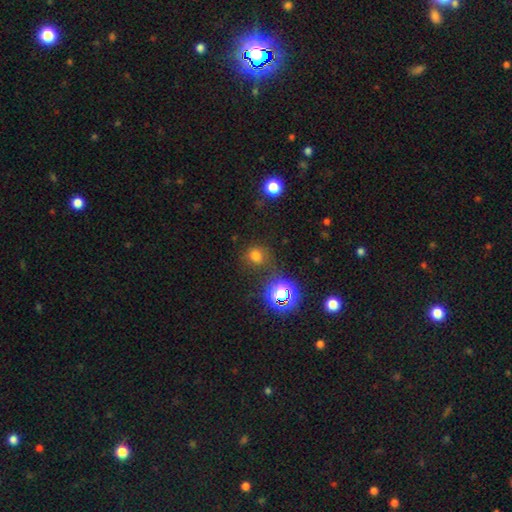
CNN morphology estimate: Smooth or featured? Predicted: smooth (p=0.65). How rounded? Predicted: round (p=0.67). Merging? Predicted: none (p=0.67).